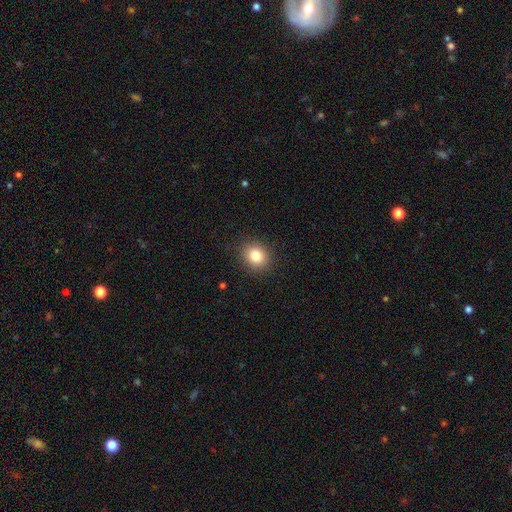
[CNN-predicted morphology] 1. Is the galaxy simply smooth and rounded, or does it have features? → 83% smooth, 11% star or artifact, 7% featured or disk.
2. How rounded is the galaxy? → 72% round, 27% in between, 1% cigar-shaped.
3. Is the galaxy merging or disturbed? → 89% none, 7% minor disturbance, 2% major disturbance, 1% merger.